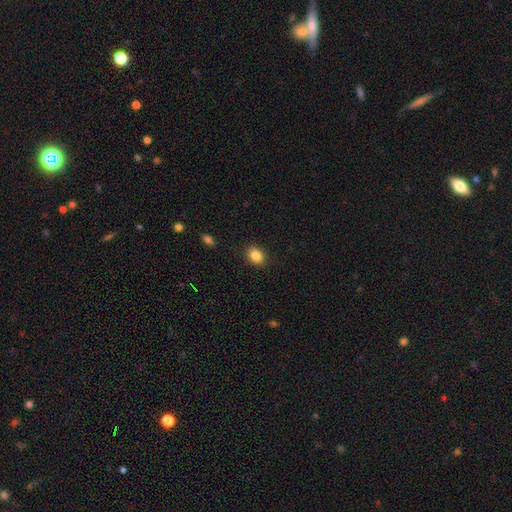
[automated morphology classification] A smooth galaxy with no disk features (86%) that is in between round and cigar-shaped (56%).

Vote fractions:
- Smooth or featured? smooth: 86% / star or artifact: 10% / featured or disk: 5%
- How rounded? in between: 56% / round: 43% / cigar-shaped: 1%
- Merging? none: 88% / minor disturbance: 8% / major disturbance: 2% / merger: 1%